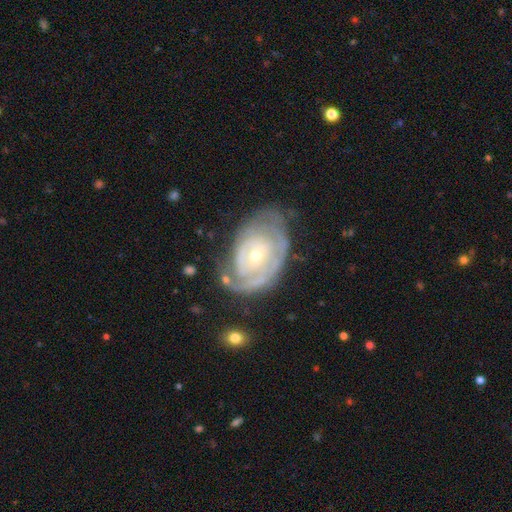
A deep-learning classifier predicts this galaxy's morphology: Smooth or featured? Predicted: featured or disk (p=0.81). Edge-on disk? Predicted: no (p=0.96). Bar? Predicted: no (p=0.77). Spiral arms? Predicted: yes (p=0.85). Spiral winding? Predicted: tight (p=0.71). Spiral arm count? Predicted: can't tell (p=0.41). Bulge size? Predicted: small (p=0.65). Merging? Predicted: none (p=0.56).